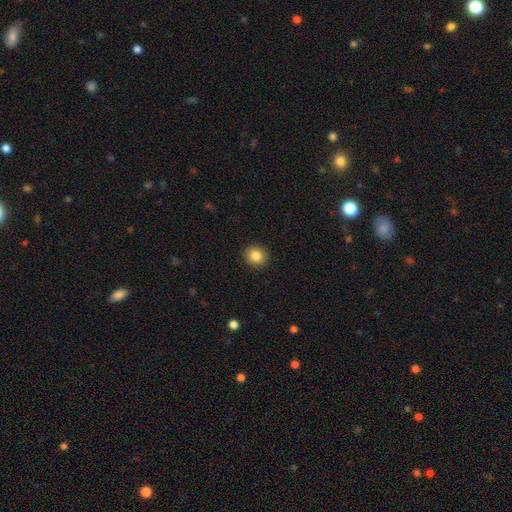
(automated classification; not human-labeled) The model was most divided on "how rounded": round: 84%, in between: 15%, cigar-shaped: 1%. More confident: merging — none (92%); smooth or featured — smooth (85%).